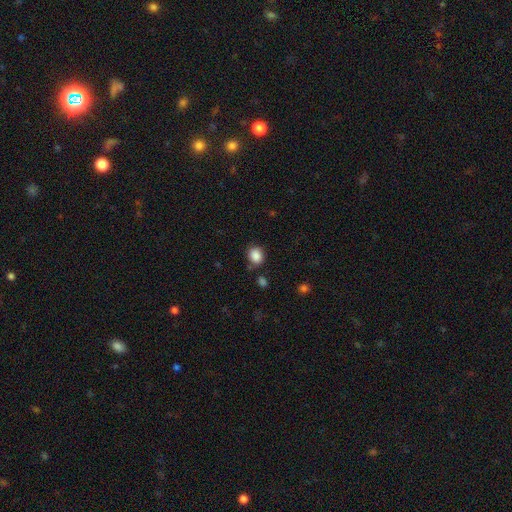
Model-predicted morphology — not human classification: A smooth galaxy with no disk features (87%) that is round (56%).

Vote fractions:
- Smooth or featured? smooth: 87% / star or artifact: 9% / featured or disk: 4%
- How rounded? round: 56% / in between: 43% / cigar-shaped: 1%
- Merging? none: 76% / minor disturbance: 15% / merger: 5% / major disturbance: 4%